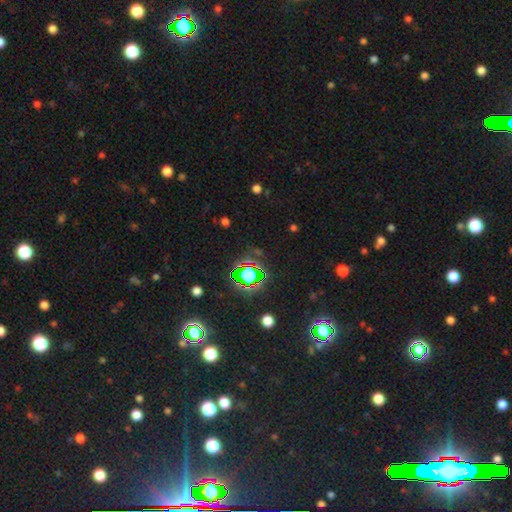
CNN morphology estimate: Smooth or featured? Predicted: star or artifact (p=0.78).